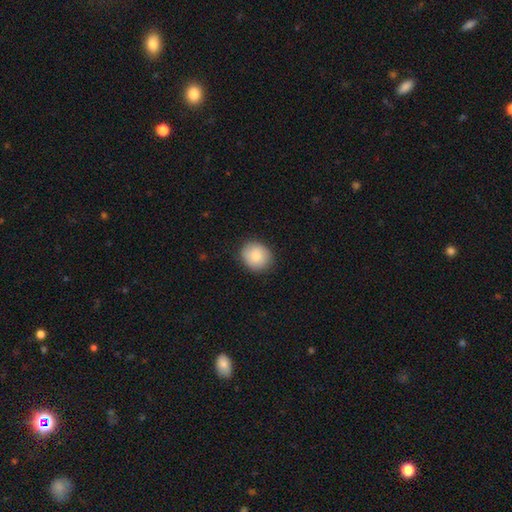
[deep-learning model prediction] The model was most divided on "how rounded": round: 75%, in between: 24%, cigar-shaped: 1%. More confident: merging — none (86%); smooth or featured — smooth (84%).